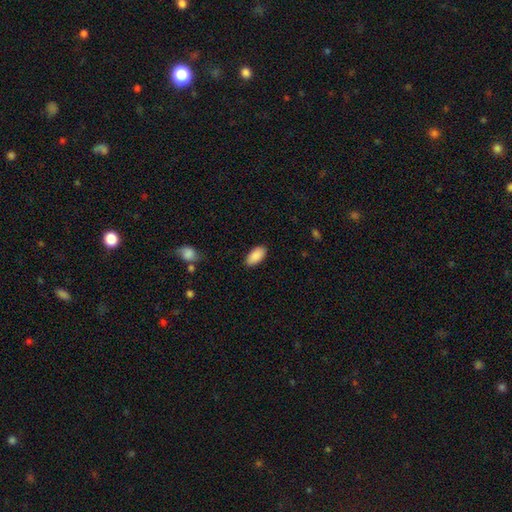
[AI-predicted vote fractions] Smooth or featured: smooth — 90% (star or artifact — 6%)
How rounded: in between — 94% (cigar-shaped — 4%)
Merging: none — 87% (minor disturbance — 9%)